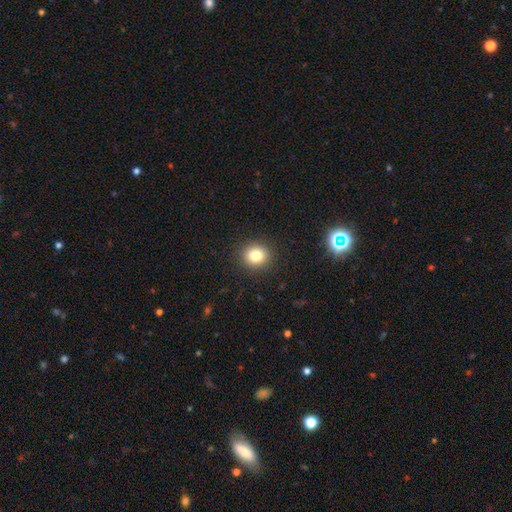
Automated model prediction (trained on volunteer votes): Morphology: type=smooth (82%); roundness=round (83%); merging=none (91%).